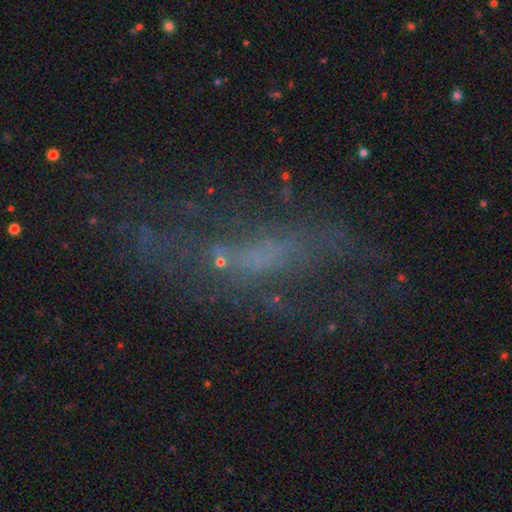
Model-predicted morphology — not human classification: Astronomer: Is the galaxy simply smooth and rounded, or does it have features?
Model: featured or disk — 52%.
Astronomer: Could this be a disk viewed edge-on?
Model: no — 79%.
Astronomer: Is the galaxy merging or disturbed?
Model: none — 48% (runner-up: major disturbance, 29%).